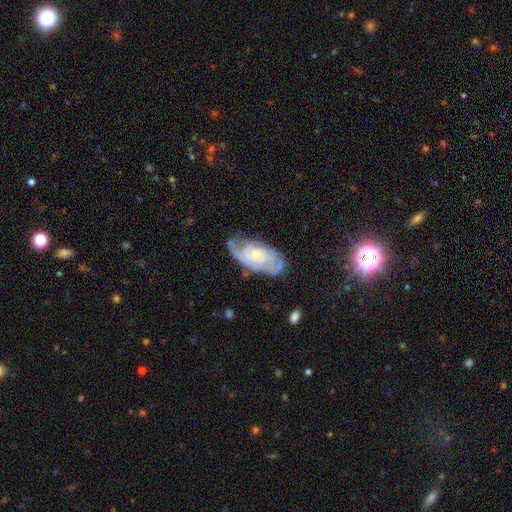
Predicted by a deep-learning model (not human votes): Smooth or featured? Predicted: featured or disk (p=0.83). Edge-on disk? Predicted: no (p=0.96). Bar? Predicted: no (p=0.70). Spiral arms? Predicted: yes (p=0.95). Spiral winding? Predicted: tight (p=0.49). Spiral arm count? Predicted: 2 (p=0.39). Bulge size? Predicted: small (p=0.66). Merging? Predicted: none (p=0.62).